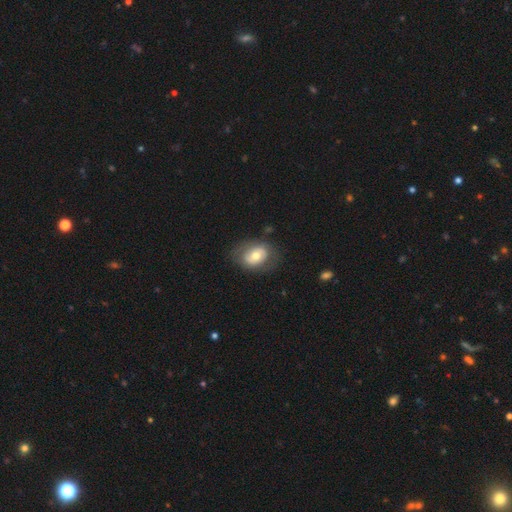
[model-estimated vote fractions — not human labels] Smooth or featured: smooth — 55% (featured or disk — 38%)
How rounded: in between — 69% (round — 30%)
Merging: none — 71% (minor disturbance — 18%)